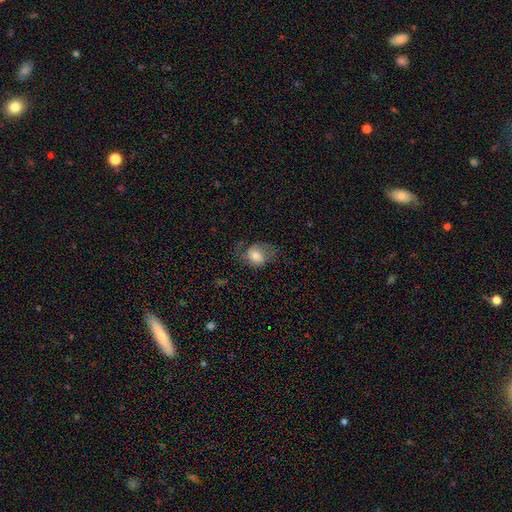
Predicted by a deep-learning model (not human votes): Q: Smooth or featured?
A: smooth (67%); runner-up: featured or disk (24%)
Q: How rounded?
A: in between (55%); runner-up: round (44%)
Q: Merging?
A: none (46%); runner-up: minor disturbance (28%)